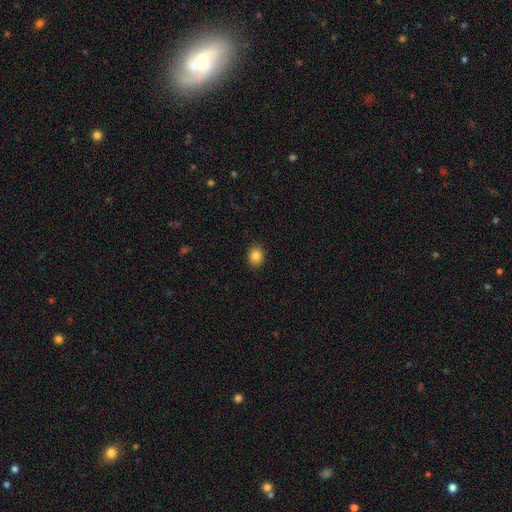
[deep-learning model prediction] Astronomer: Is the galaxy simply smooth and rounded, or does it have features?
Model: smooth — 85%.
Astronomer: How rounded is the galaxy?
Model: round — 51% (runner-up: in between, 48%).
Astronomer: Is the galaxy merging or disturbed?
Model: none — 89%.